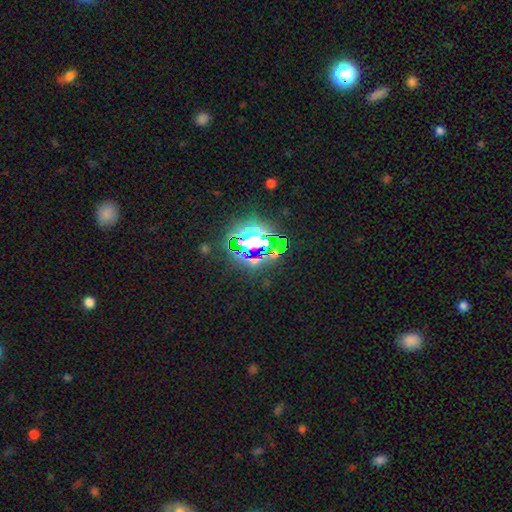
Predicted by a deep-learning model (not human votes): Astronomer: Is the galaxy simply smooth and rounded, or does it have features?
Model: star or artifact — 75%.